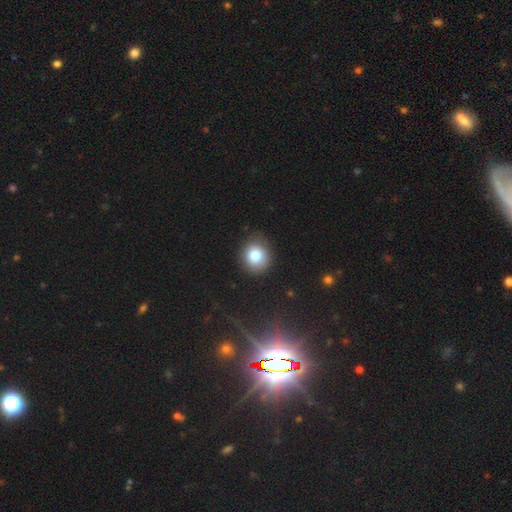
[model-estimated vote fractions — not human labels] This is likely a smooth galaxy (80%). How rounded: clearly round (80%). Merging: clearly none (85%).